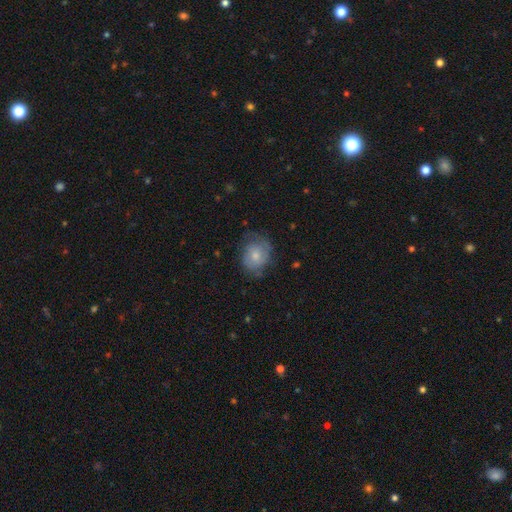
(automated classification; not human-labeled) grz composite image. It shows a smooth galaxy with no disk features (62%) that is round (56%). Merging: none (58%).